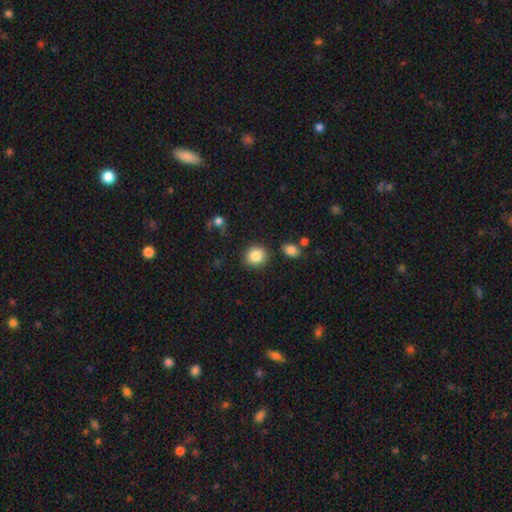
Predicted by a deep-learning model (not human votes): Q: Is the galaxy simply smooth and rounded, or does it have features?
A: smooth — 86%.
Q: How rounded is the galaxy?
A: round — 81%.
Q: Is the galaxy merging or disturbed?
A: none — 86%.